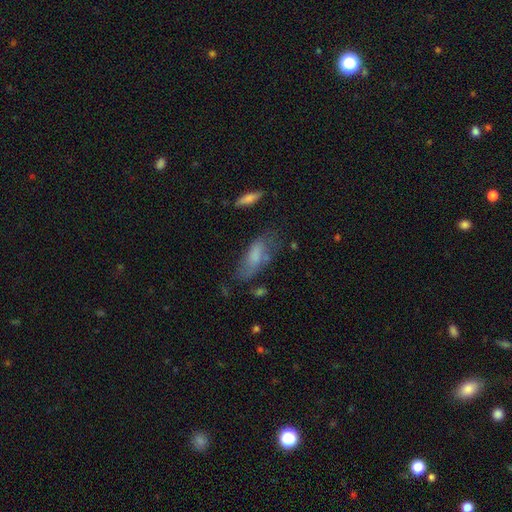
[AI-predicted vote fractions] This is likely a smooth galaxy (63%). How rounded: likely in between (73%). Merging: possibly none (50%).